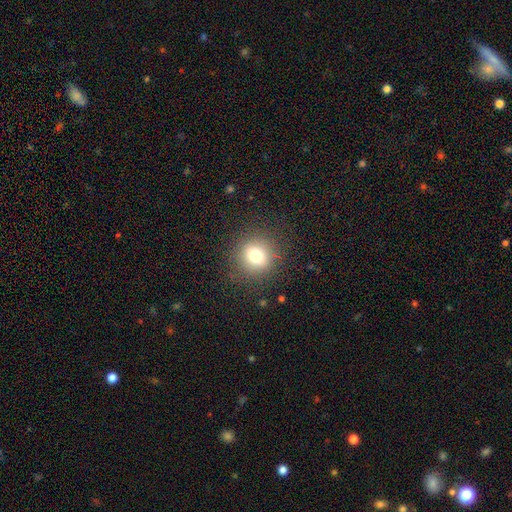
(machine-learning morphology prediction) The model was most divided on "smooth or featured": smooth: 76%, star or artifact: 13%, featured or disk: 10%. More confident: how rounded — round (89%); merging — none (87%).